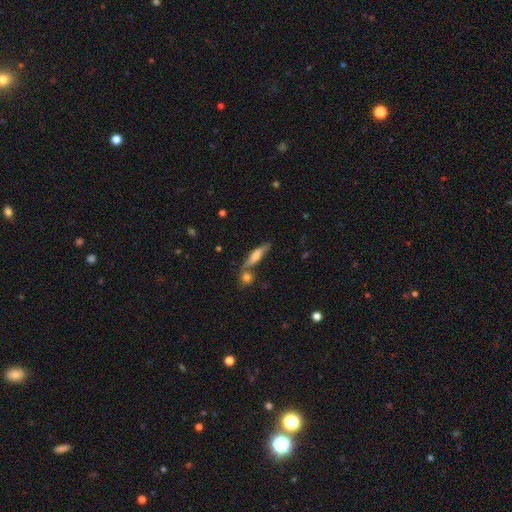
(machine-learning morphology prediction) smooth 48%, featured or disk 44%, star or artifact 8%. Down the decision tree: merging — none (66%).